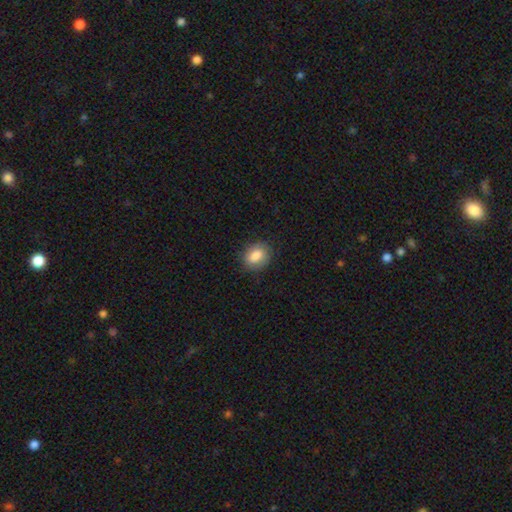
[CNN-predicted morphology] Overall: smooth (83%). How rounded: in between (59%; round 40%). Merging: none (83%).